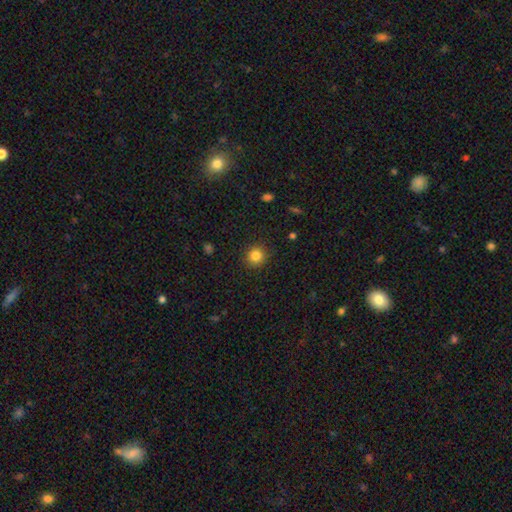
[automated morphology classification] Smooth or featured: smooth — 83% (star or artifact — 11%)
How rounded: round — 93% (in between — 6%)
Merging: none — 91% (minor disturbance — 6%)